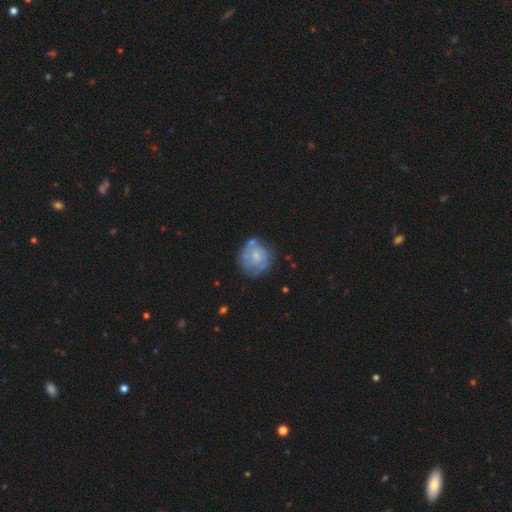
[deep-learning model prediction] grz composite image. It shows a featured or disk galaxy (55%) with no bar (73%), spiral arms (55%) and a small central bulge (44%). Merging: none (61%).